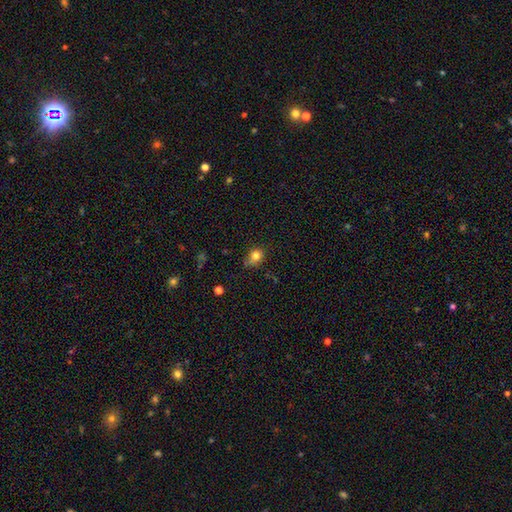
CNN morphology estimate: Smooth or featured? smooth (79%)
How rounded? round (63%)
Merging? none (59%)